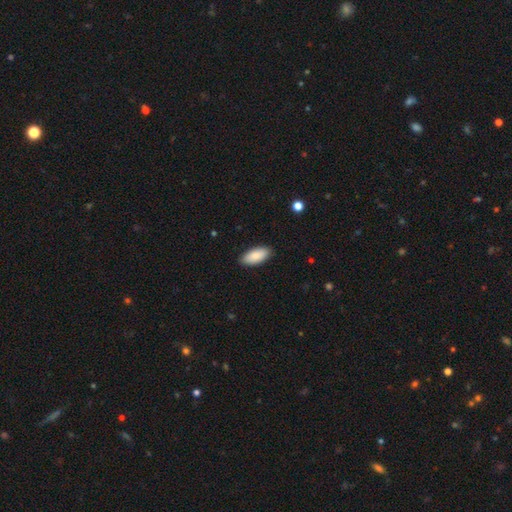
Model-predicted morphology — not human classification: type=smooth (88%); roundness=in between (89%); merging=none (89%).